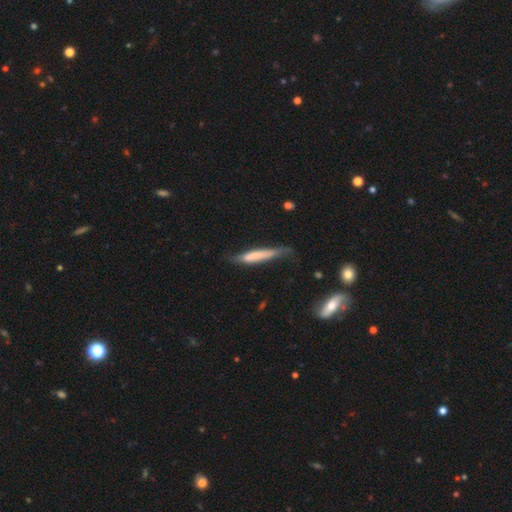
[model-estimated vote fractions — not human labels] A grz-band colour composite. It shows a smooth galaxy with no disk features (66%) that is cigar-shaped (92%). Merging: none (51%).